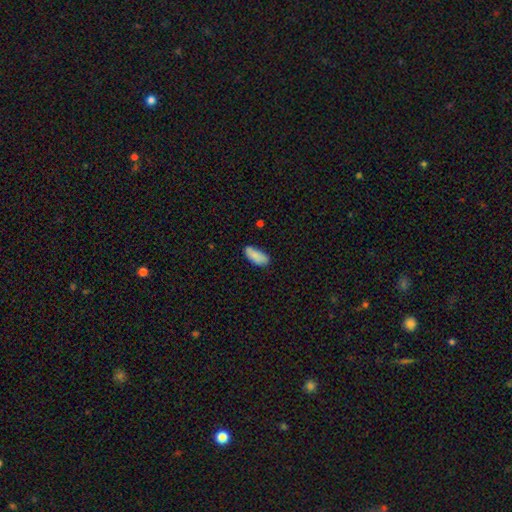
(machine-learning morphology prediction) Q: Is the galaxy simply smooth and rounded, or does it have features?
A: smooth — 86%.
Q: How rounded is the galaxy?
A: in between — 84%.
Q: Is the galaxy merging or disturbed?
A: none — 70%.